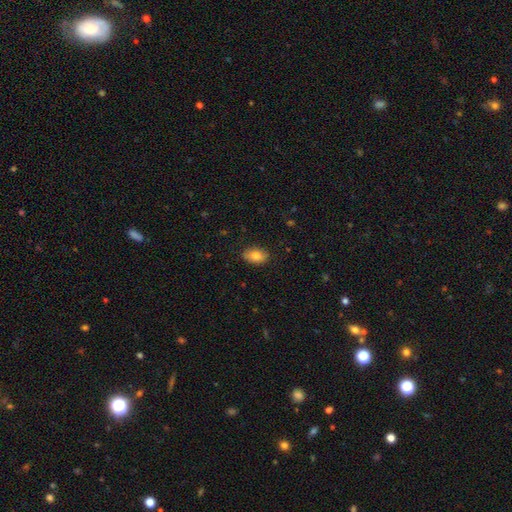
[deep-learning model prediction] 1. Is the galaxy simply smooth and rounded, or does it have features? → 81% smooth, 11% featured or disk, 7% star or artifact.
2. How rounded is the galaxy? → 88% in between, 10% round, 2% cigar-shaped.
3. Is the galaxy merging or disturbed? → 85% none, 11% minor disturbance, 2% major disturbance, 1% merger.